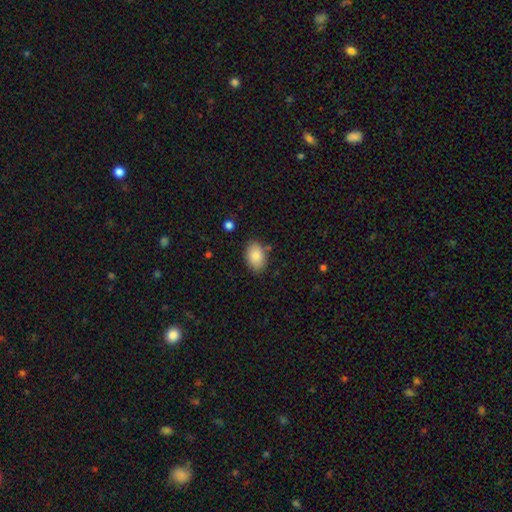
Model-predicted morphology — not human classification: Smooth or featured? smooth (86%)
How rounded? in between (88%)
Merging? none (82%)